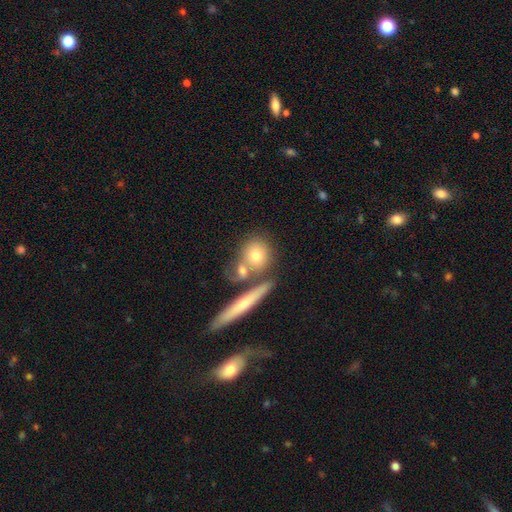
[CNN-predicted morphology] Q: Smooth or featured?
A: smooth (69%); runner-up: featured or disk (22%)
Q: How rounded?
A: round (70%); runner-up: in between (20%)
Q: Merging?
A: none (57%); runner-up: merger (28%)